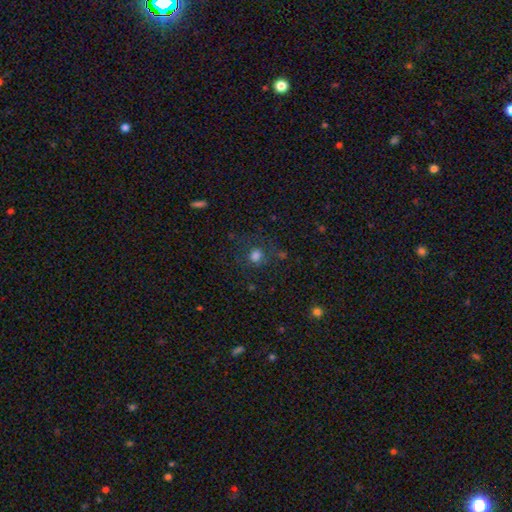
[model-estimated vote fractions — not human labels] Q: Smooth or featured?
A: smooth (76%); runner-up: star or artifact (16%)
Q: How rounded?
A: round (85%); runner-up: in between (14%)
Q: Merging?
A: none (74%); runner-up: minor disturbance (14%)